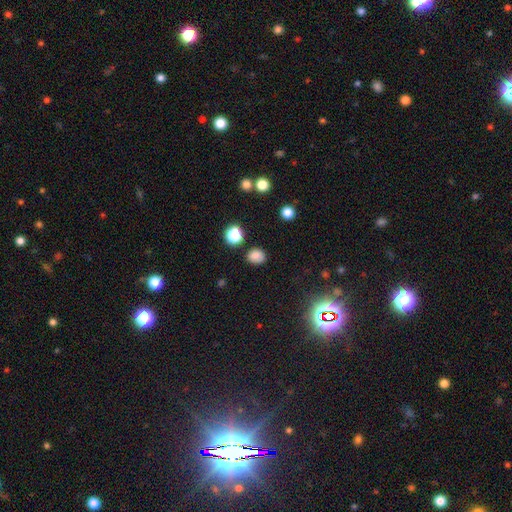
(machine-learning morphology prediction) smooth_or_featured: smooth (p=0.80) [alt: star or artifact p=0.15]
how_rounded: round (p=0.57) [alt: in between p=0.42]
merging: none (p=0.82) [alt: minor disturbance p=0.12]